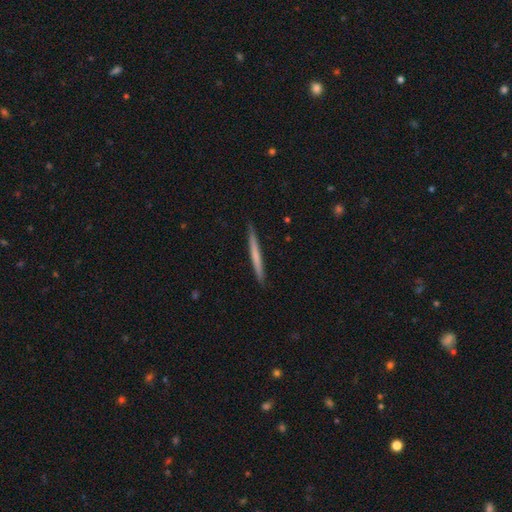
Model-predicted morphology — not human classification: Smooth or featured? smooth (56%)
How rounded? cigar-shaped (97%)
Merging? none (91%)